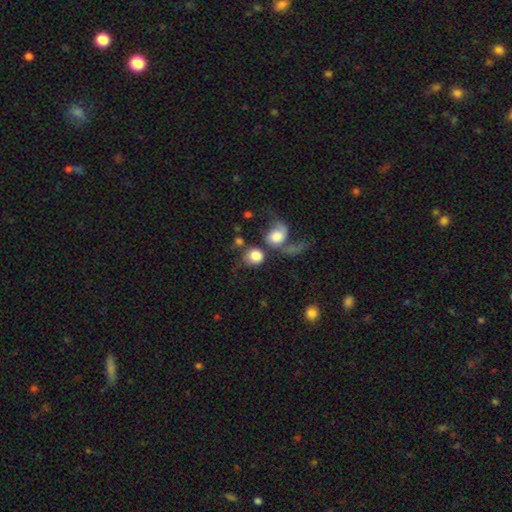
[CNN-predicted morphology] smooth-or-featured: smooth: 73% | featured or disk: 20% | star or artifact: 8%
  how-rounded: round: 82% | in between: 17% | cigar-shaped: 1%
  merging: merger: 46% | none: 27% | major disturbance: 17% | minor disturbance: 10%